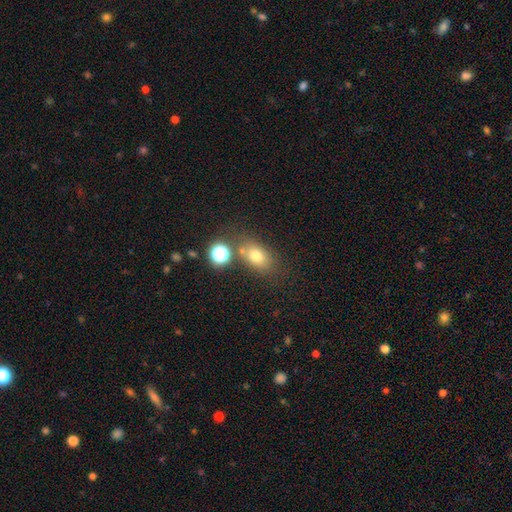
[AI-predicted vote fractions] Morphology: type=smooth (73%); roundness=in between (70%); merging=none (67%).